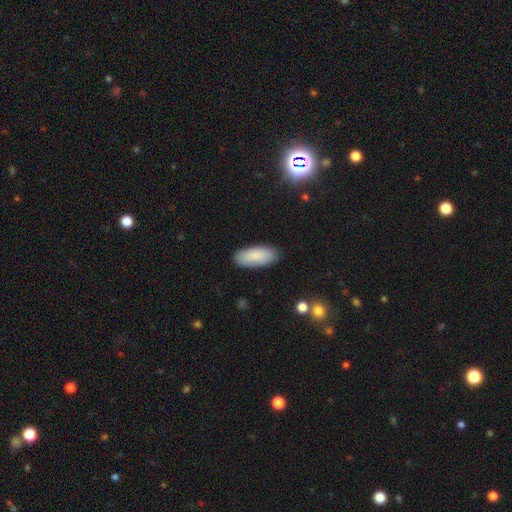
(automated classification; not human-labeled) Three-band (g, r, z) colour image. It shows a smooth galaxy with no disk features (86%) that is in between round and cigar-shaped (86%). Merging: none (87%).